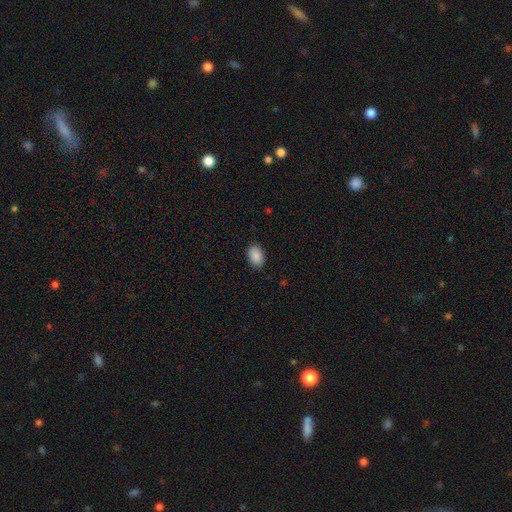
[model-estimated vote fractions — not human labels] This appears to be a smooth galaxy with no disk features (89%) that is in between round and cigar-shaped (88%). Merging: none (87%).